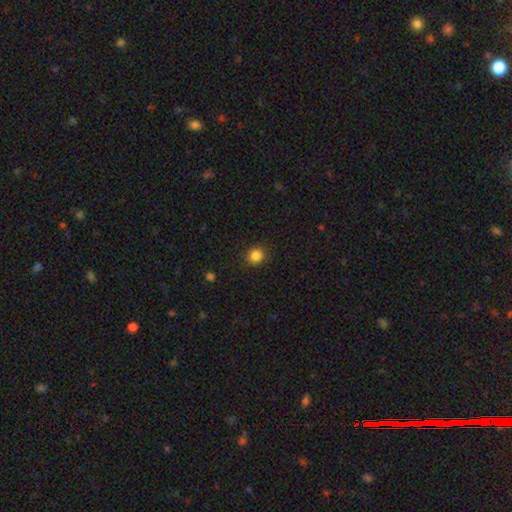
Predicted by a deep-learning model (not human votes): Smooth or featured? smooth (85%)
How rounded? round (80%)
Merging? none (89%)